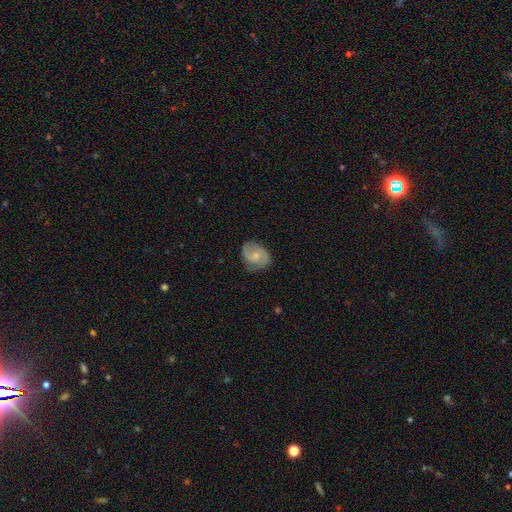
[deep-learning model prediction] The model was most divided on "spiral winding": medium: 48%, tight: 36%, loose: 16%. More confident: edge-on disk — no (98%); spiral arms — yes (94%); spiral arm count — 2 (83%); merging — none (74%); smooth or featured — featured or disk (74%); bar — no (64%); bulge size — small (53%).